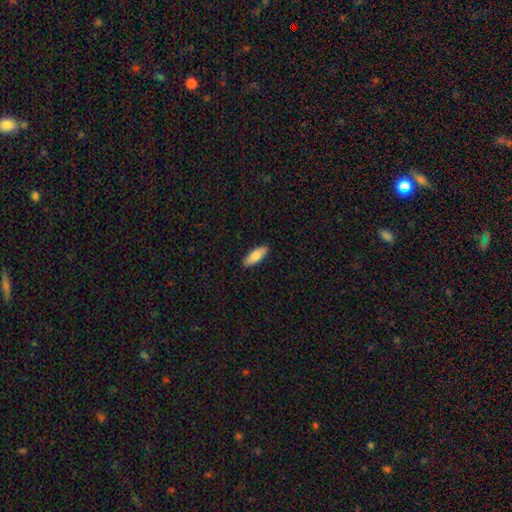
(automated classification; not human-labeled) Smooth or featured? smooth (81%)
How rounded? in between (76%)
Merging? none (89%)